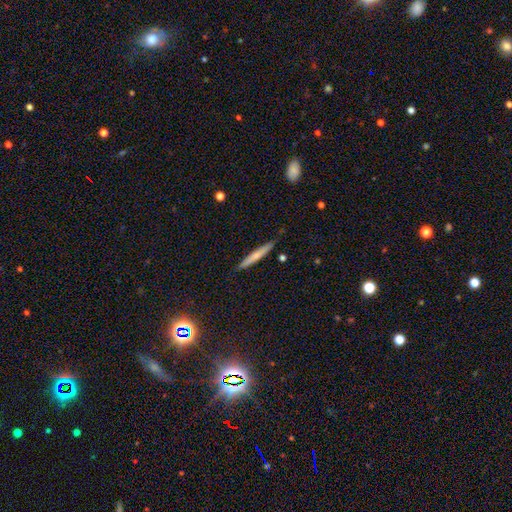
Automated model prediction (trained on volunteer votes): A smooth galaxy with no disk features (60%) that is cigar-shaped (95%). Merging: none (87%).